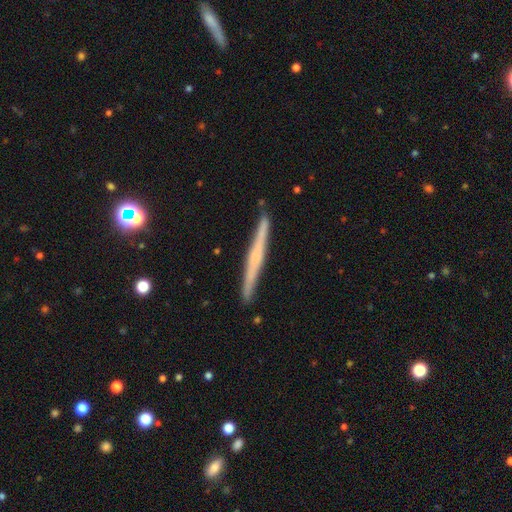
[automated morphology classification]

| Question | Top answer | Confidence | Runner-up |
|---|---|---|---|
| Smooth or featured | featured or disk | 60% | smooth (33%) |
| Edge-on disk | yes | 97% | no (3%) |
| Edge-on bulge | none | 62% | rounded (27%) |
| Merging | none | 90% | minor disturbance (7%) |